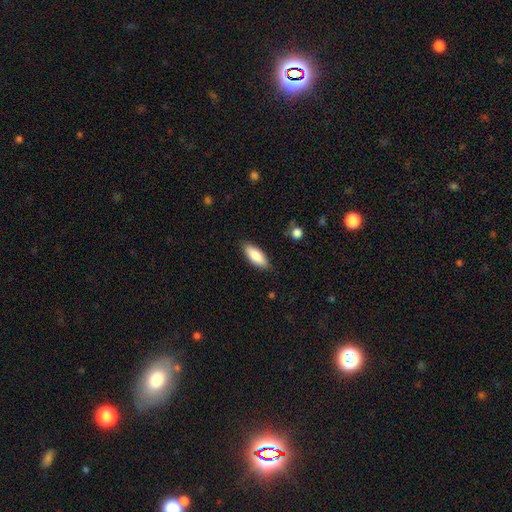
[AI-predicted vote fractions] Smooth or featured: smooth — 85% (featured or disk — 9%)
How rounded: in between — 75% (cigar-shaped — 24%)
Merging: none — 86% (minor disturbance — 11%)